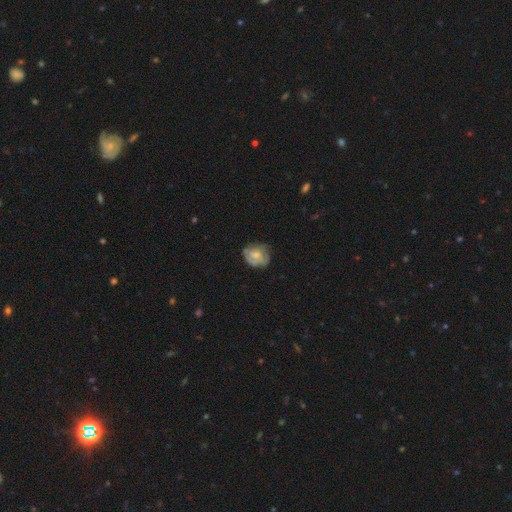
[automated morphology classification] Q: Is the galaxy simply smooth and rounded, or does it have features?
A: featured or disk — 49%.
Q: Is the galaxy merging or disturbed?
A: none — 60%.